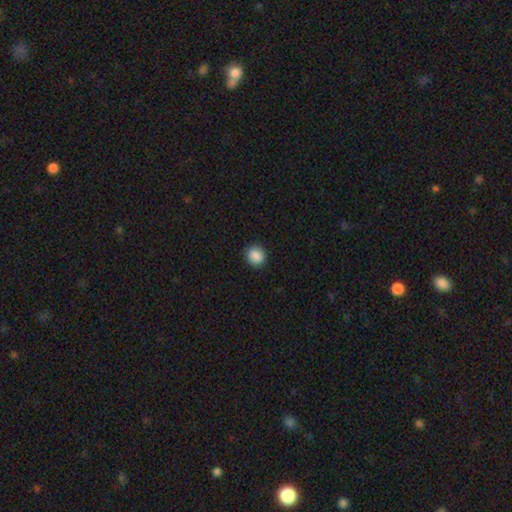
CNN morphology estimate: smooth 88%, star or artifact 9%, featured or disk 4%. Down the decision tree: how rounded — round (84%); merging — none (90%).